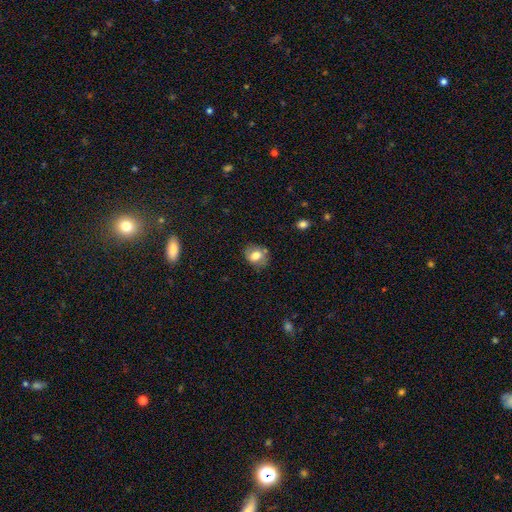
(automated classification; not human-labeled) smooth 71%, featured or disk 19%, star or artifact 9%. Down the decision tree: how rounded — round (51%); merging — none (67%).